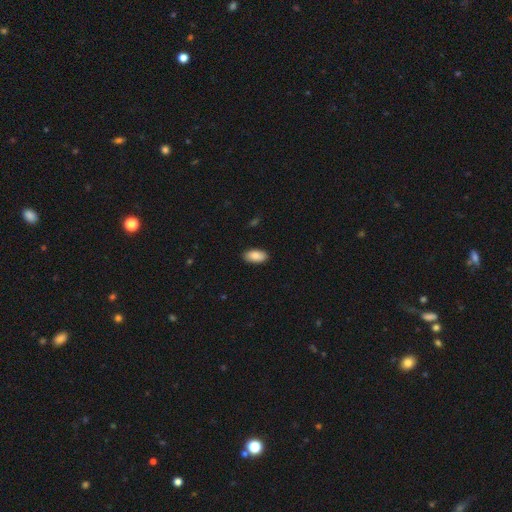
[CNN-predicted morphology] smooth-or-featured: smooth: 88% | star or artifact: 6% | featured or disk: 6%
  how-rounded: in between: 94% | cigar-shaped: 4% | round: 2%
  merging: none: 89% | minor disturbance: 8% | major disturbance: 2% | merger: 1%